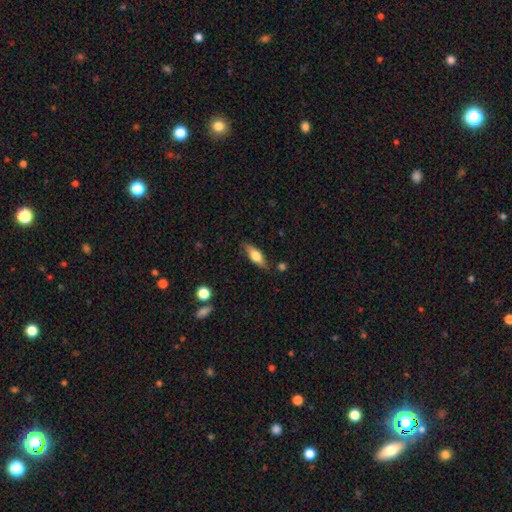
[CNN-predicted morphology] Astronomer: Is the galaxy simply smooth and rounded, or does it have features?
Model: smooth — 60%.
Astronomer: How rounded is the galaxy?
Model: in between — 57% (runner-up: cigar-shaped, 39%).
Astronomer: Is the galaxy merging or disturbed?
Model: none — 82%.